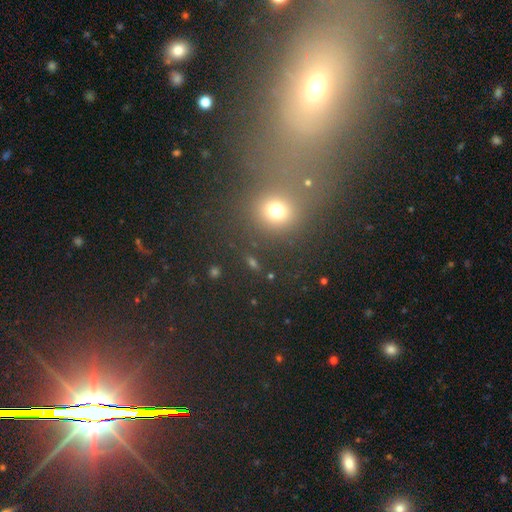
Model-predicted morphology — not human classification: Smooth or featured?
  - star or artifact: 49% *
  - smooth: 39%
  - featured or disk: 12%